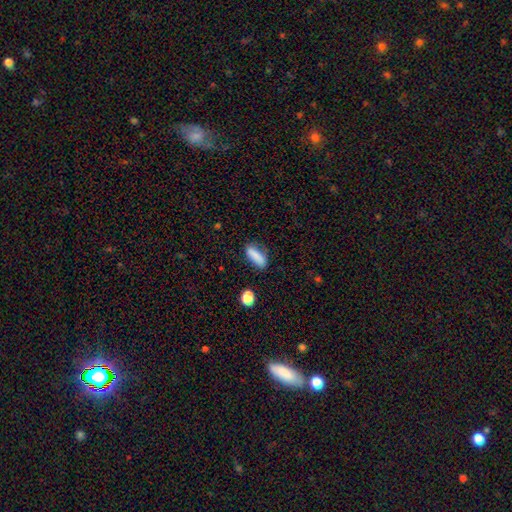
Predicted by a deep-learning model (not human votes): Smooth or featured? Predicted: smooth (p=0.84). How rounded? Predicted: in between (p=0.54). Merging? Predicted: none (p=0.73).